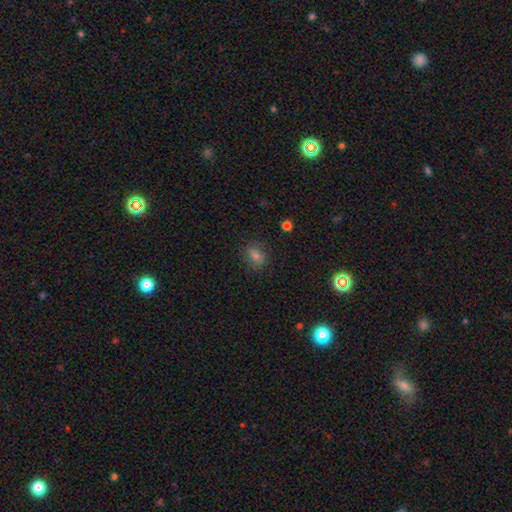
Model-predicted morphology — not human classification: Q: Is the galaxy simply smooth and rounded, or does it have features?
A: smooth — 69%.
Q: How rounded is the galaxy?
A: in between — 55%.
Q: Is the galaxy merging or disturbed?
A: none — 85%.